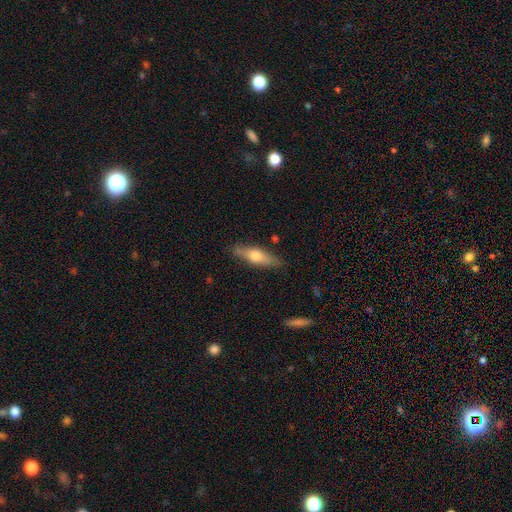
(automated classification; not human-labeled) smooth-or-featured: smooth: 52% | featured or disk: 42% | star or artifact: 6%
  how-rounded: cigar-shaped: 63% | in between: 35% | round: 2%
  merging: none: 84% | minor disturbance: 12% | major disturbance: 2% | merger: 2%